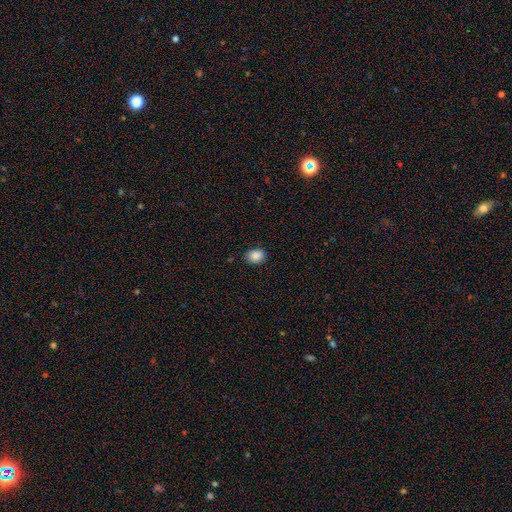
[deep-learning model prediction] A smooth galaxy with no disk features (88%) that is in between round and cigar-shaped (55%). Merging: none (86%).